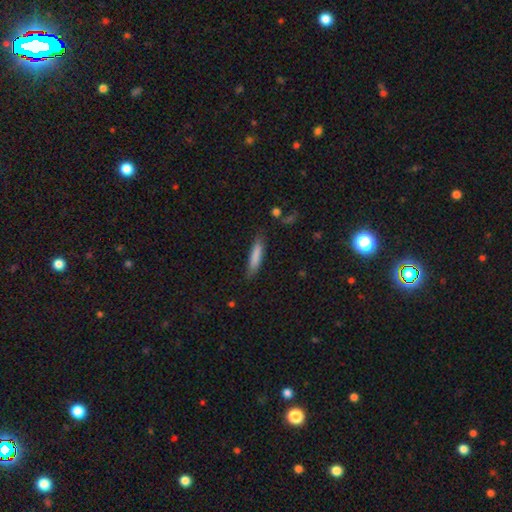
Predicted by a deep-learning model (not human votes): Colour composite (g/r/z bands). It shows a smooth galaxy with no disk features (82%) that is cigar-shaped (83%). Merging: none (79%).